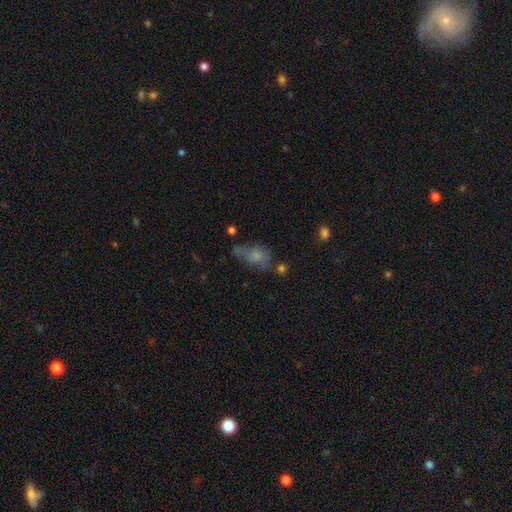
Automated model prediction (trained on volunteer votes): smooth_or_featured: smooth (p=0.62) [alt: featured or disk p=0.23]
how_rounded: in between (p=0.70) [alt: round p=0.26]
merging: none (p=0.35) [alt: minor disturbance p=0.25]